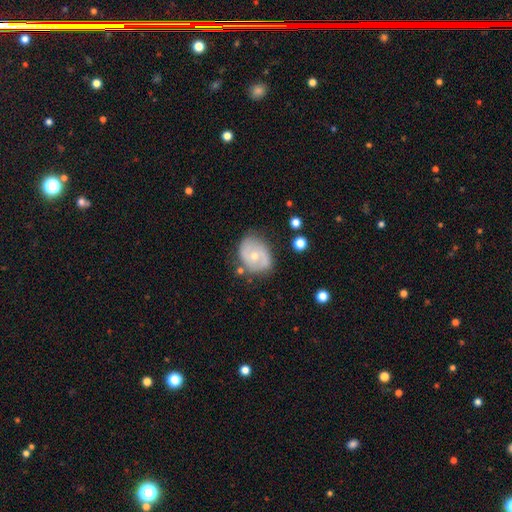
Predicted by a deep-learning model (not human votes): Morphology: type=featured or disk (61%); edge-on=no (96%); bar=no (70%); spiral arms=yes (70%); bulge=moderate (53%); merging=none (64%).